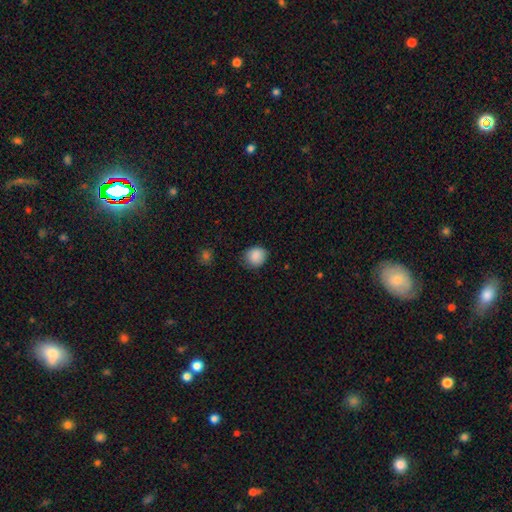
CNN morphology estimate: Smooth or featured: smooth — 88% (star or artifact — 9%)
How rounded: round — 75% (in between — 24%)
Merging: none — 76% (minor disturbance — 19%)